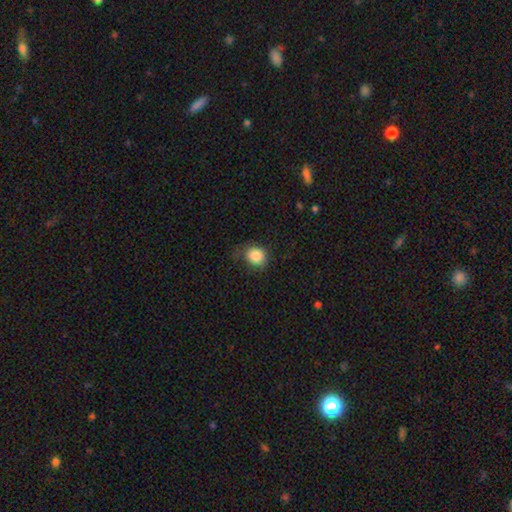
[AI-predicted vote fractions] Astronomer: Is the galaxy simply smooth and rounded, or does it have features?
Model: smooth — 86%.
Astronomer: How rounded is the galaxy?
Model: round — 72%.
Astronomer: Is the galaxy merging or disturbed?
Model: none — 62%.